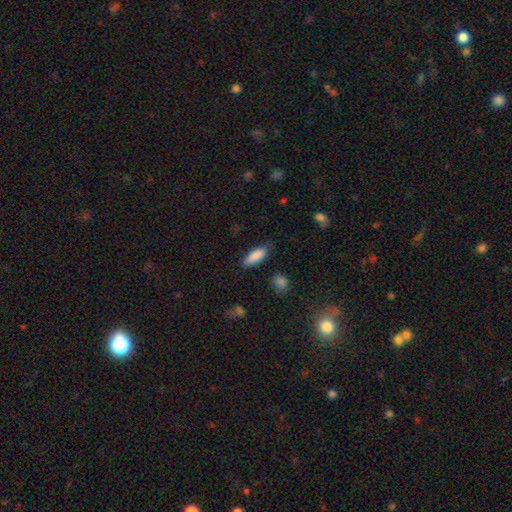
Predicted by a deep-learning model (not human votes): Smooth or featured: smooth — 87% (star or artifact — 7%)
How rounded: in between — 65% (cigar-shaped — 33%)
Merging: none — 81% (minor disturbance — 14%)